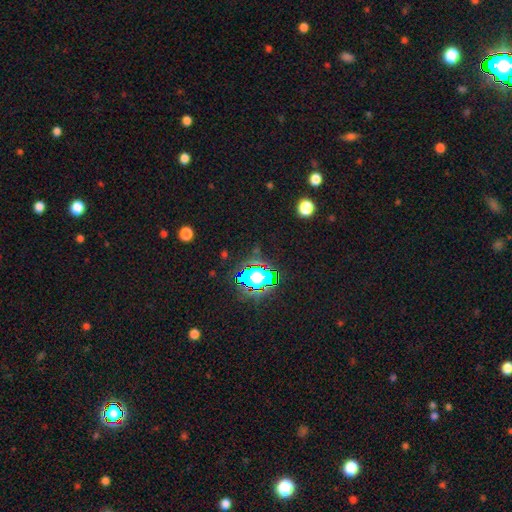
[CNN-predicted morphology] This is likely a star or artifact rather than a galaxy (77%).